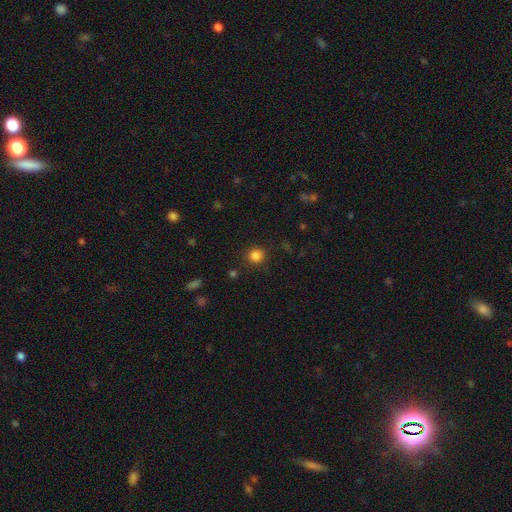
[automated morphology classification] A smooth galaxy with no disk features (84%) that is round (90%). Merging: none (88%).